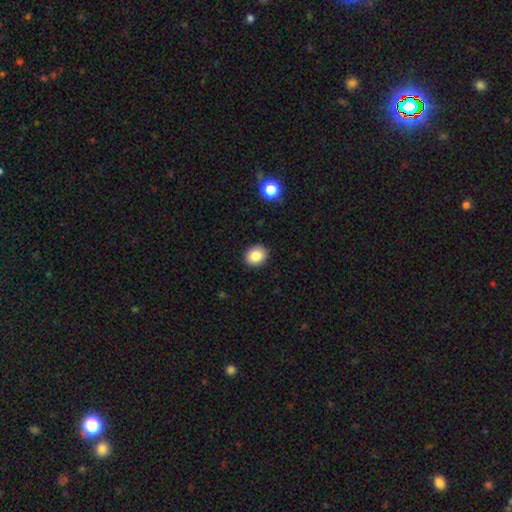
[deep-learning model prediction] Smooth or featured: smooth — 84% (star or artifact — 10%)
How rounded: round — 69% (in between — 30%)
Merging: none — 91% (minor disturbance — 6%)